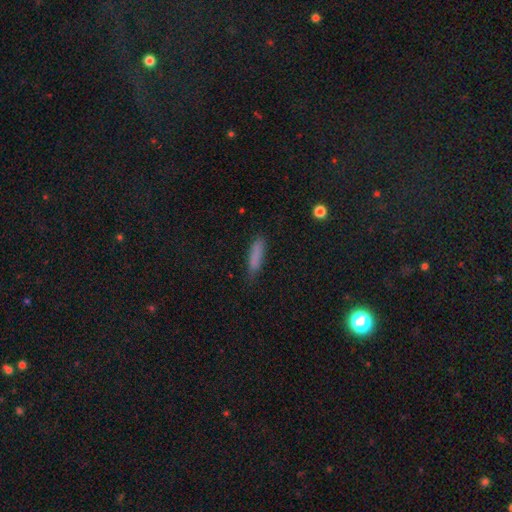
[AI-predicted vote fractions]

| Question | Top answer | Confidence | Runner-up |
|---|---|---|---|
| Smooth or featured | smooth | 83% | star or artifact (8%) |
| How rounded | cigar-shaped | 77% | in between (21%) |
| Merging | none | 74% | minor disturbance (20%) |